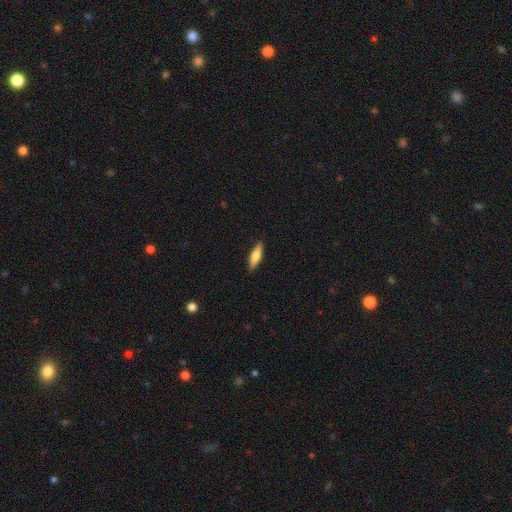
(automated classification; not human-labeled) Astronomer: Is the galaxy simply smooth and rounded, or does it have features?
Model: smooth — 67%.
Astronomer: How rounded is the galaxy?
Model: cigar-shaped — 59% (runner-up: in between, 39%).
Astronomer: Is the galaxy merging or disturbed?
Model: none — 88%.